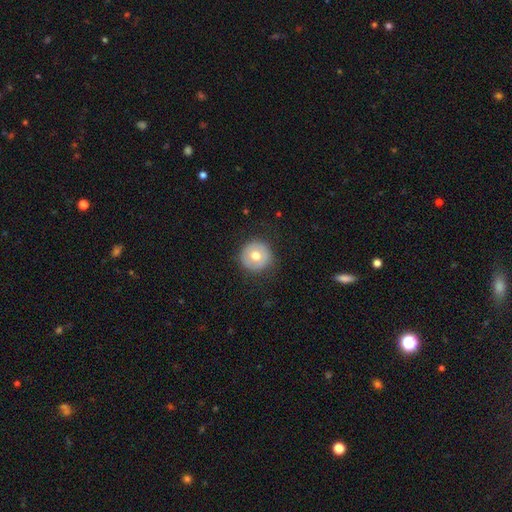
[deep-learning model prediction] This appears to be a smooth galaxy with no disk features (65%) that is round (96%). Merging: none (87%).